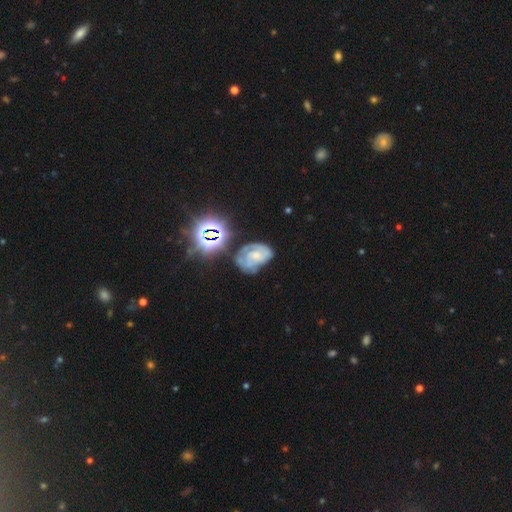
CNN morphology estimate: This is likely a featured or disk galaxy (65%). It is clearly not viewed edge-on (97%). Bar: likely no (73%). Spiral arm pattern: likely yes (79%). Spiral arm count: marginally can't tell (38%). Spiral winding: possibly tight (56%). Central bulge: possibly small (48%). Merging: possibly none (48%).